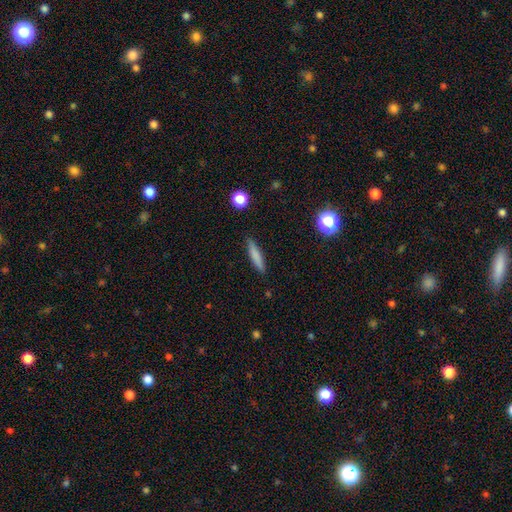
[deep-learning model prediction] Smooth or featured? Predicted: smooth (p=0.77). How rounded? Predicted: cigar-shaped (p=0.87). Merging? Predicted: none (p=0.88).